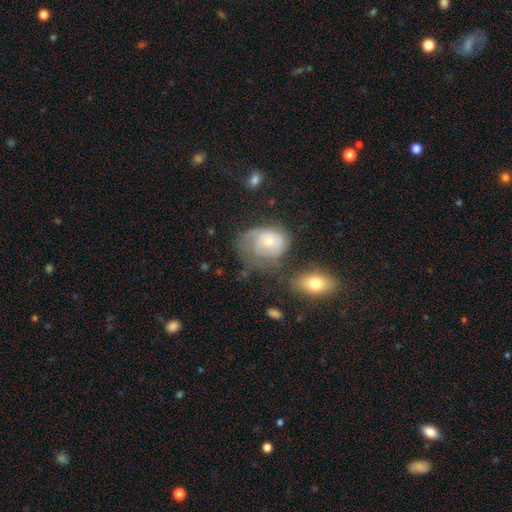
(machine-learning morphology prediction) Smooth or featured?
  - featured or disk: 59% *
  - smooth: 28%
  - star or artifact: 12%
Edge-on disk?
  - no: 96% *
  - yes: 4%
Bar?
  - no: 76% *
  - weak: 21%
  - strong: 4%
Spiral arms?
  - yes: 80% *
  - no: 20%
Bulge size?
  - moderate: 49% *
  - small: 44%
  - large: 4%
  - none: 2%
  - dominant: 1%
Merging?
  - none: 47% *
  - minor disturbance: 25%
  - major disturbance: 21%
  - merger: 7%